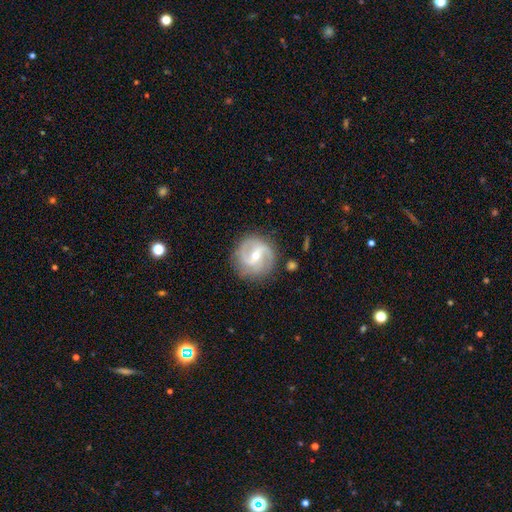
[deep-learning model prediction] featured or disk 84%, smooth 10%, star or artifact 5%. Down the decision tree: edge-on disk — no (97%); bar — weak (46%); spiral arms — yes (95%); spiral arm count — 2 (70%); spiral winding — medium (51%); bulge size — moderate (49%); merging — none (81%).